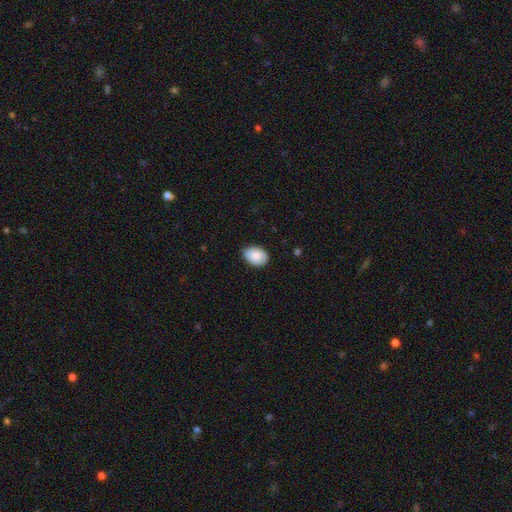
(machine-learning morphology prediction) This is clearly a smooth galaxy (86%). How rounded: clearly in between (80%). Merging: likely none (80%).